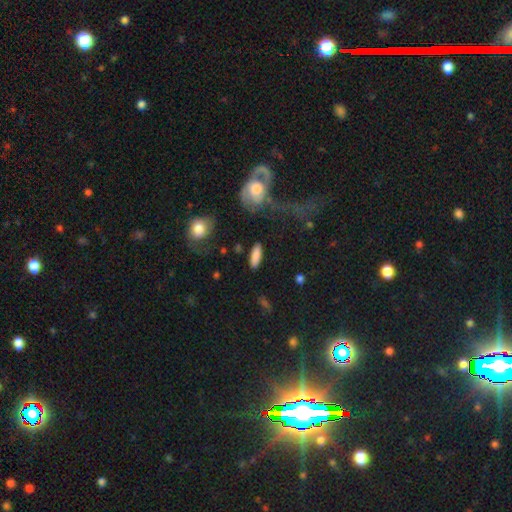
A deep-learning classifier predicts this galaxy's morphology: Smooth or featured? smooth (84%)
How rounded? cigar-shaped (51%)
Merging? none (86%)